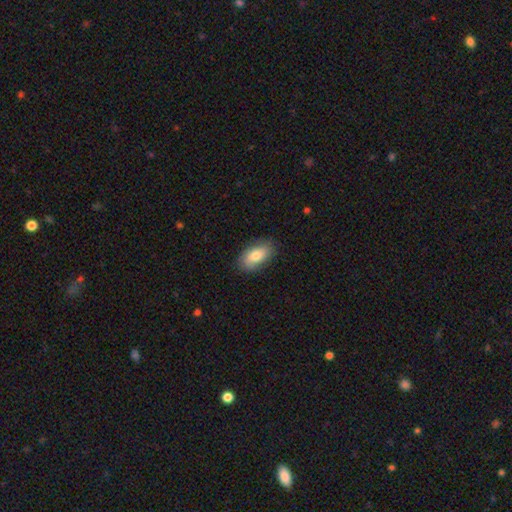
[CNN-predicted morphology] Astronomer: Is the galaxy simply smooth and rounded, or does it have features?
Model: smooth — 79%.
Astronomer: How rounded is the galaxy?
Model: in between — 92%.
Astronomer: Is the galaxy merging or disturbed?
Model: none — 84%.